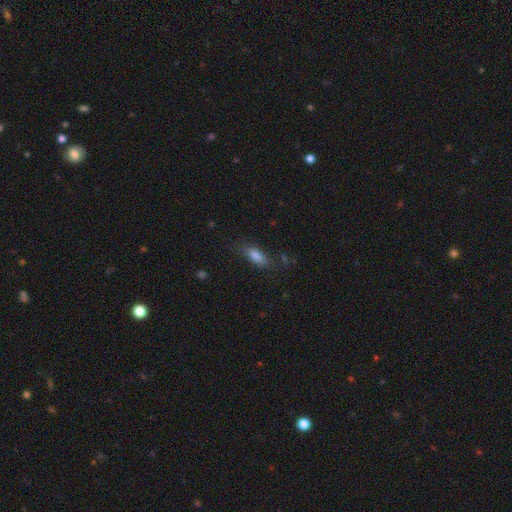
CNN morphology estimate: Q: Smooth or featured?
A: smooth (80%); runner-up: featured or disk (11%)
Q: How rounded?
A: in between (71%); runner-up: cigar-shaped (26%)
Q: Merging?
A: none (72%); runner-up: minor disturbance (19%)